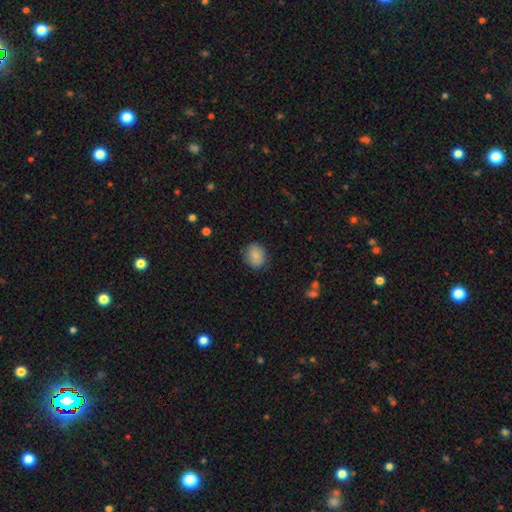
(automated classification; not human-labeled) Q: Smooth or featured?
A: smooth (87%); runner-up: star or artifact (8%)
Q: How rounded?
A: round (52%); runner-up: in between (47%)
Q: Merging?
A: none (85%); runner-up: minor disturbance (11%)